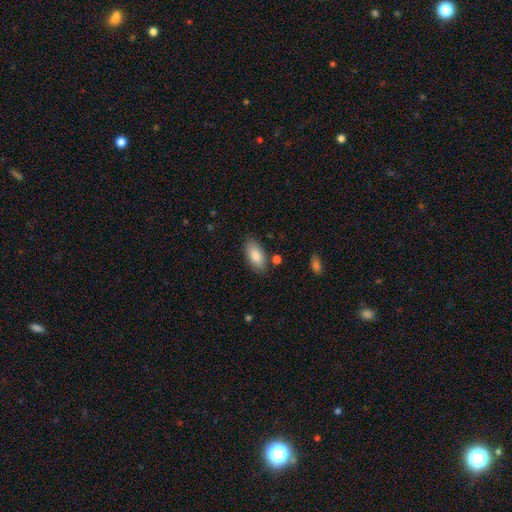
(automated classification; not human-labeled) Morphology: type=smooth (85%); roundness=in between (92%); merging=none (81%).